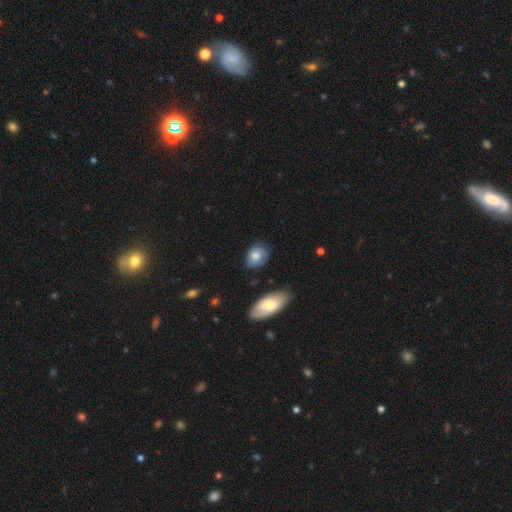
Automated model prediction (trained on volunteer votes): The model was most divided on "how rounded": in between: 61%, round: 37%, cigar-shaped: 2%. More confident: smooth or featured — smooth (70%); merging — none (66%).